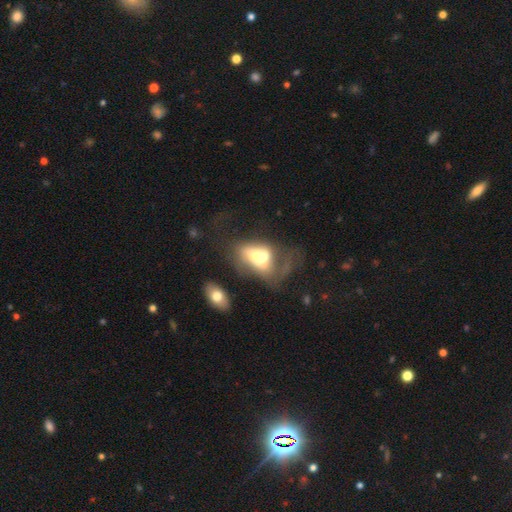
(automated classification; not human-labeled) A featured or disk galaxy (46%).

Vote fractions:
- Smooth or featured? featured or disk: 46% / smooth: 45% / star or artifact: 9%
- Merging? merger: 60% / major disturbance: 22% / none: 11% / minor disturbance: 8%